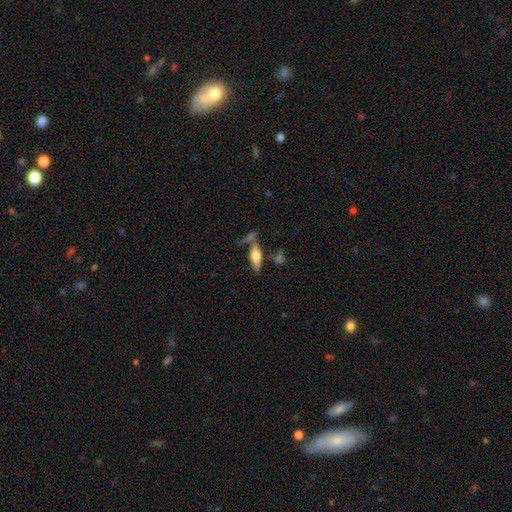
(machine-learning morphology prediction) smooth 51%, featured or disk 41%, star or artifact 7%. Down the decision tree: how rounded — cigar-shaped (52%); merging — none (64%).